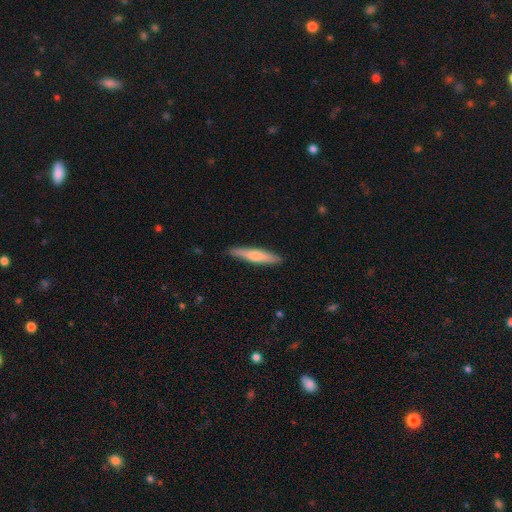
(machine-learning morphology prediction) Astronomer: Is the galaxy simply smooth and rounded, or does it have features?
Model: smooth — 61%.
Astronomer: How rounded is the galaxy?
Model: cigar-shaped — 89%.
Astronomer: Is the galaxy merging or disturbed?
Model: none — 88%.